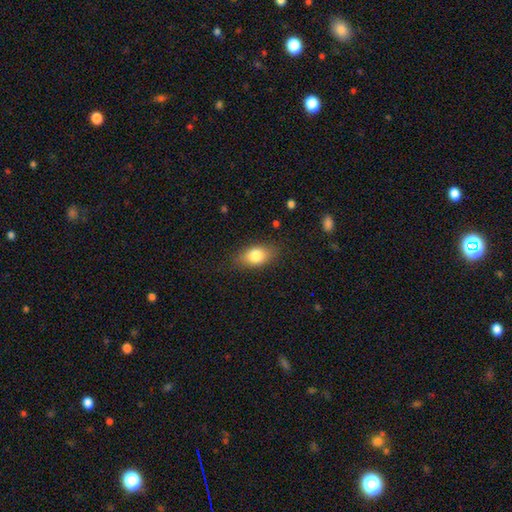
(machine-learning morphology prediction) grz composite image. It shows a smooth galaxy with no disk features (80%) that is in between round and cigar-shaped (83%). Merging: none (81%).